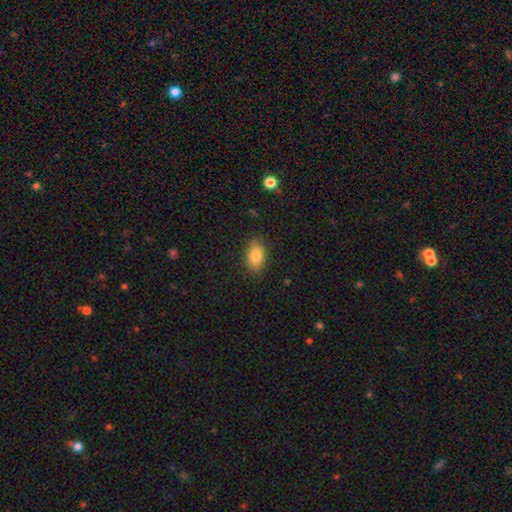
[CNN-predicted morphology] Smooth or featured: smooth — 81% (featured or disk — 10%)
How rounded: in between — 85% (round — 14%)
Merging: none — 85% (minor disturbance — 12%)